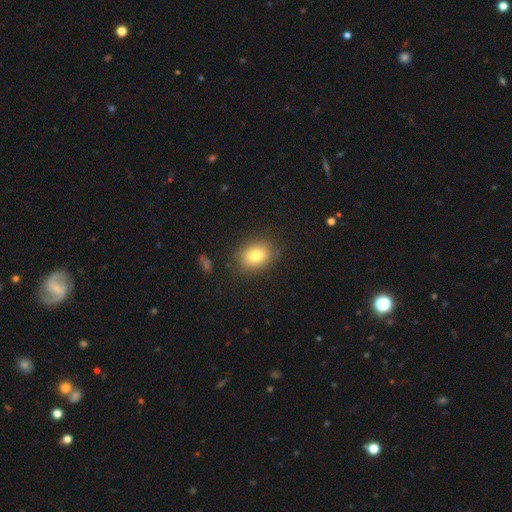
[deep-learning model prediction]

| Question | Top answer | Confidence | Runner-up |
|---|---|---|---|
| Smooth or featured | smooth | 79% | featured or disk (11%) |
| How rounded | in between | 62% | round (37%) |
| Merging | none | 84% | minor disturbance (11%) |